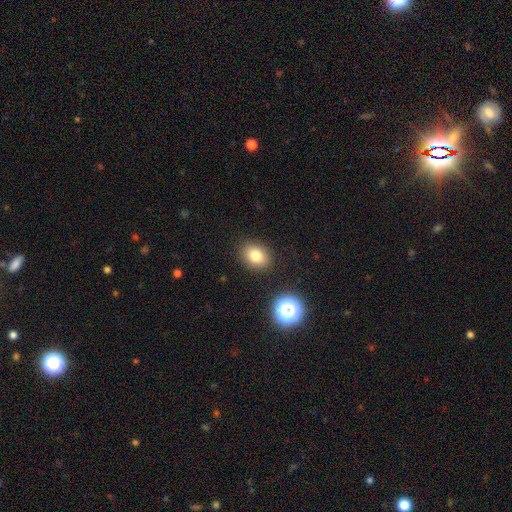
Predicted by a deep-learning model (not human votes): smooth_or_featured: smooth (p=0.79) [alt: star or artifact p=0.12]
how_rounded: in between (p=0.53) [alt: round p=0.46]
merging: none (p=0.88) [alt: minor disturbance p=0.08]